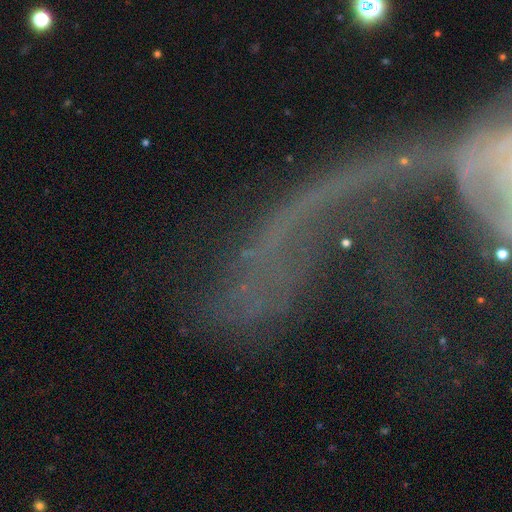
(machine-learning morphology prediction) Q: Smooth or featured?
A: featured or disk (49%); runner-up: star or artifact (35%)
Q: Merging?
A: none (37%); runner-up: major disturbance (35%)